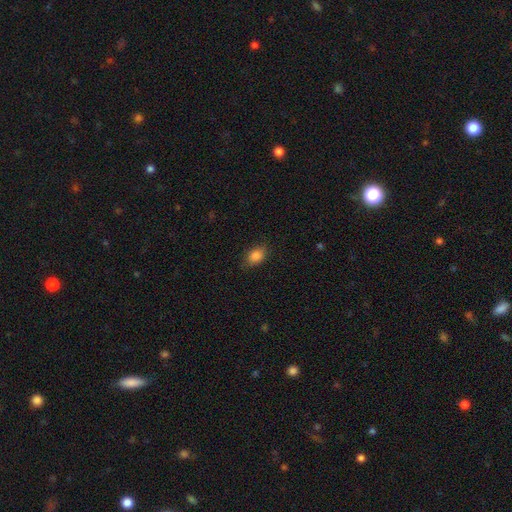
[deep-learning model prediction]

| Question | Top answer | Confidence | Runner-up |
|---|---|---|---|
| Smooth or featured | smooth | 85% | star or artifact (9%) |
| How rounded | in between | 77% | round (21%) |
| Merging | none | 83% | minor disturbance (13%) |